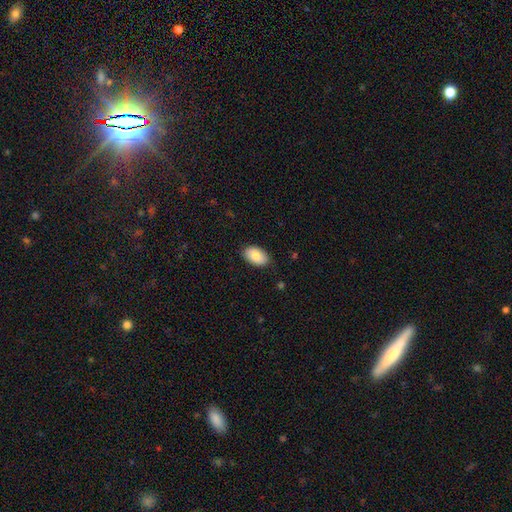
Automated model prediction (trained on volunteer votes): Smooth or featured?
  - smooth: 85% *
  - featured or disk: 8%
  - star or artifact: 6%
How rounded?
  - in between: 93% *
  - round: 6%
  - cigar-shaped: 1%
Merging?
  - none: 83% *
  - minor disturbance: 14%
  - major disturbance: 2%
  - merger: 1%